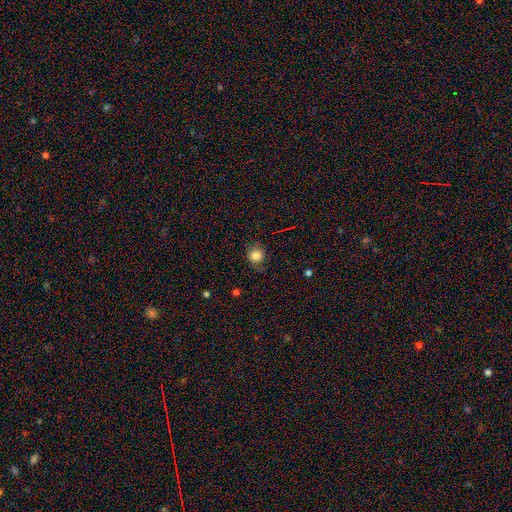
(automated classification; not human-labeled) Overall: smooth (80%). How rounded: round (89%). Merging: none (76%).